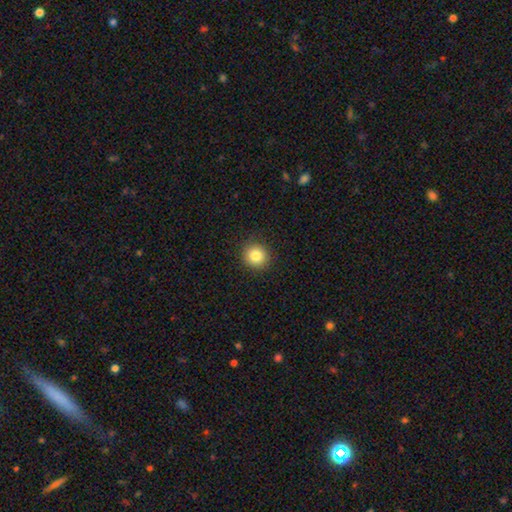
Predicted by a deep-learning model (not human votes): Morphology: type=smooth (83%); roundness=round (92%); merging=none (91%).